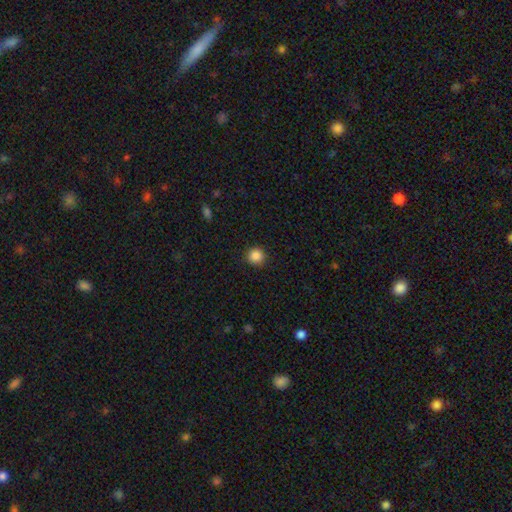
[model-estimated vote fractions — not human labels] A smooth galaxy with no disk features (87%) that is round (94%).

Vote fractions:
- Smooth or featured? smooth: 87% / star or artifact: 10% / featured or disk: 3%
- How rounded? round: 94% / in between: 5% / cigar-shaped: 1%
- Merging? none: 91% / minor disturbance: 6% / major disturbance: 2% / merger: 1%